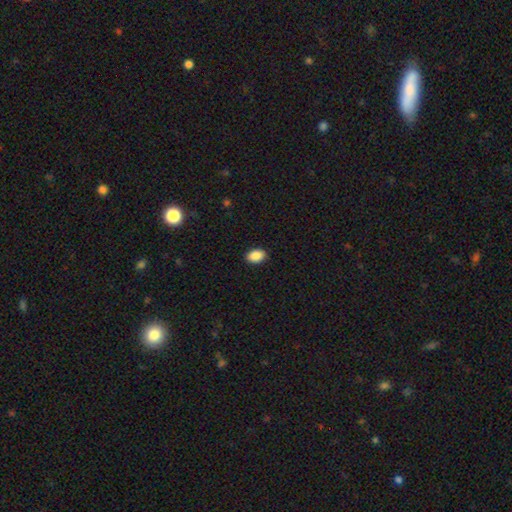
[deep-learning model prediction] smooth_or_featured: smooth (p=0.89) [alt: star or artifact p=0.08]
how_rounded: in between (p=0.86) [alt: round p=0.13]
merging: none (p=0.91) [alt: minor disturbance p=0.07]